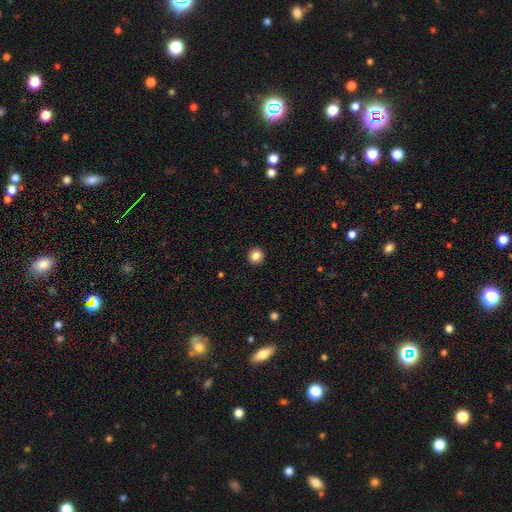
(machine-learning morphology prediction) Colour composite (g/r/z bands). It shows a smooth galaxy with no disk features (85%) that is round (95%). Merging: none (94%).